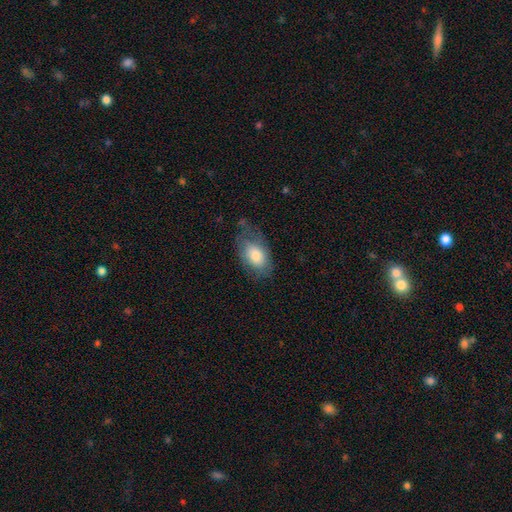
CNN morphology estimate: Overall: smooth (74%). How rounded: in between (90%). Merging: none (51%; minor disturbance 30%).